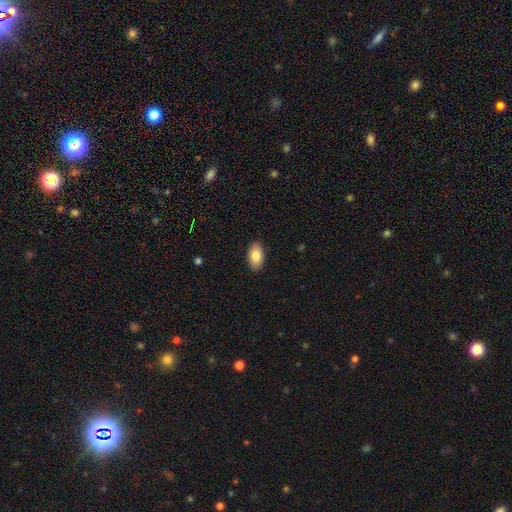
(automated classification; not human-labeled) smooth_or_featured: smooth (p=0.85) [alt: featured or disk p=0.08]
how_rounded: in between (p=0.94) [alt: round p=0.04]
merging: none (p=0.89) [alt: minor disturbance p=0.08]